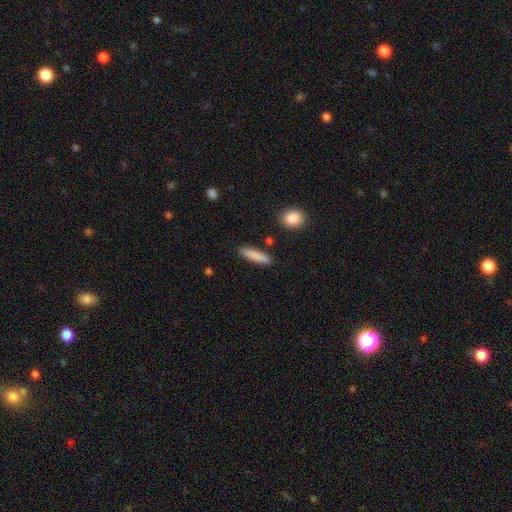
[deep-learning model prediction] This appears to be a smooth galaxy with no disk features (85%) that is cigar-shaped (79%). Merging: none (87%).